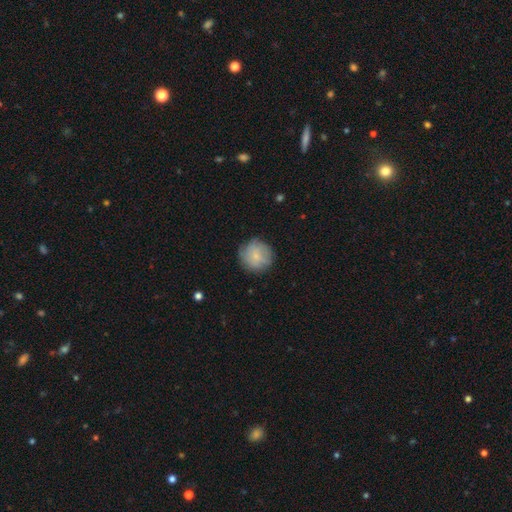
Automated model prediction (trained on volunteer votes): smooth-or-featured: smooth: 73% | featured or disk: 20% | star or artifact: 8%
  how-rounded: round: 92% | in between: 7% | cigar-shaped: 1%
  merging: none: 79% | minor disturbance: 16% | major disturbance: 4% | merger: 1%